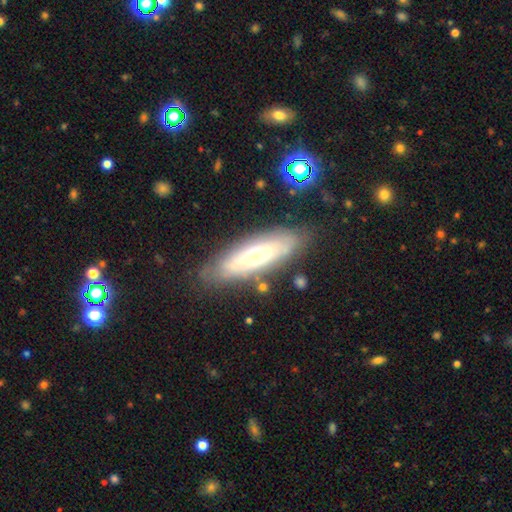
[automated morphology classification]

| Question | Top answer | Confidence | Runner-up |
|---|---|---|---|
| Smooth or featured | featured or disk | 51% | smooth (42%) |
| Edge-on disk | no | 54% | yes (46%) |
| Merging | none | 77% | minor disturbance (15%) |